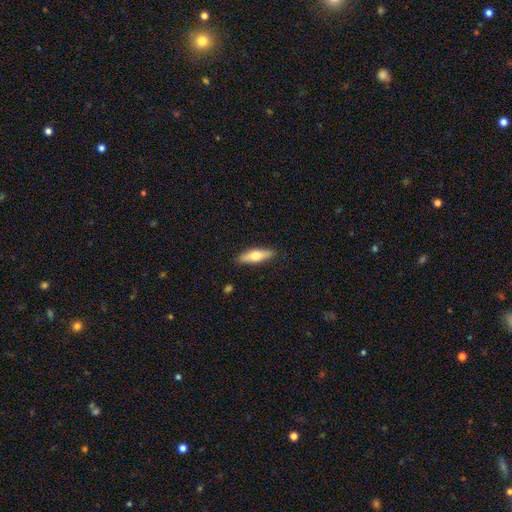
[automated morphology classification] type=smooth (59%); roundness=cigar-shaped (56%); merging=none (89%).